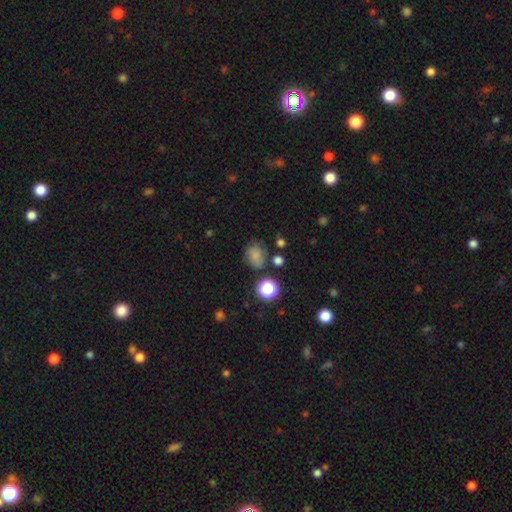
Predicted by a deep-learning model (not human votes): Smooth or featured: smooth — 73% (star or artifact — 17%)
How rounded: round — 58% (in between — 41%)
Merging: none — 67% (minor disturbance — 20%)